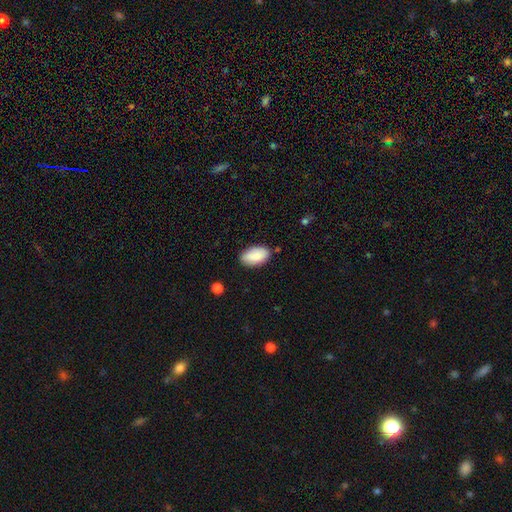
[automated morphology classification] This appears to be a smooth galaxy with no disk features (85%) that is in between round and cigar-shaped (94%). Merging: none (83%).